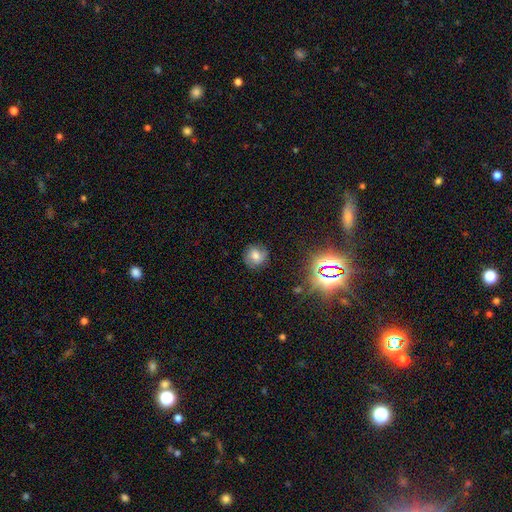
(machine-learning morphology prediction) This is possibly a smooth galaxy (49%). Merging: clearly none (81%).